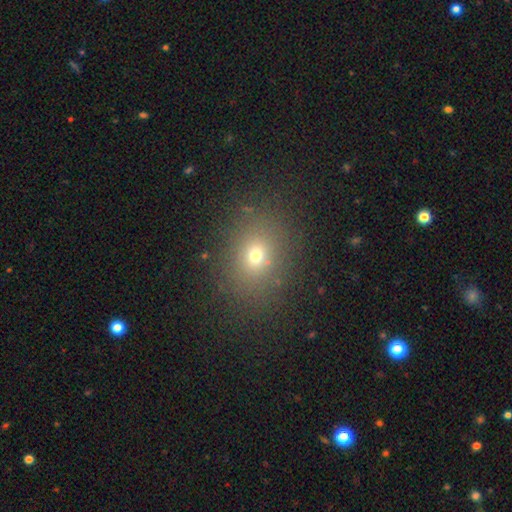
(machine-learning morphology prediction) type=smooth (67%); roundness=round (57%); merging=none (83%).